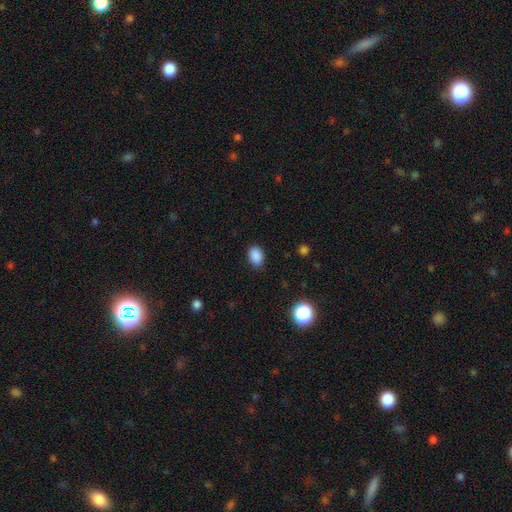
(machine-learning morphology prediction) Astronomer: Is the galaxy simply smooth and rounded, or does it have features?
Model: smooth — 88%.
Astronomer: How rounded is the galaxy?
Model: in between — 78%.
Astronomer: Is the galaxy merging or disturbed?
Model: none — 85%.